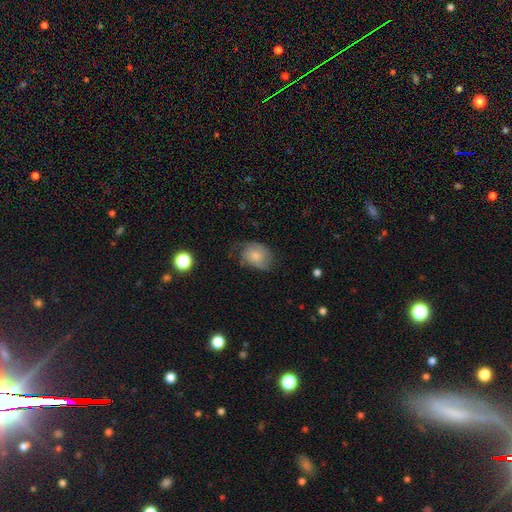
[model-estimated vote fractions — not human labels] smooth_or_featured: smooth (p=0.63) [alt: featured or disk p=0.29]
how_rounded: in between (p=0.64) [alt: round p=0.35]
merging: none (p=0.48) [alt: minor disturbance p=0.34]